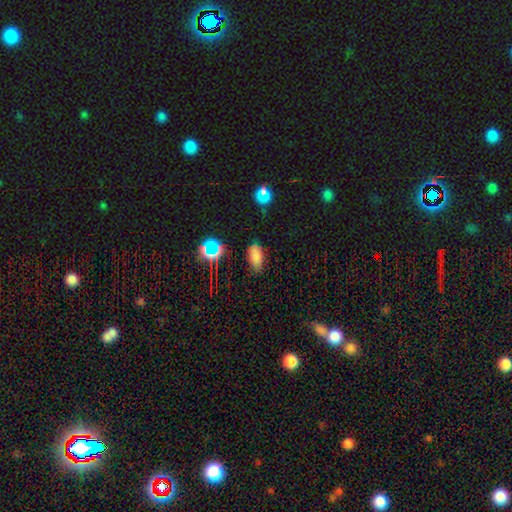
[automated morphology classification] Q: Smooth or featured?
A: smooth (72%); runner-up: star or artifact (21%)
Q: How rounded?
A: in between (91%); runner-up: round (5%)
Q: Merging?
A: none (76%); runner-up: minor disturbance (17%)